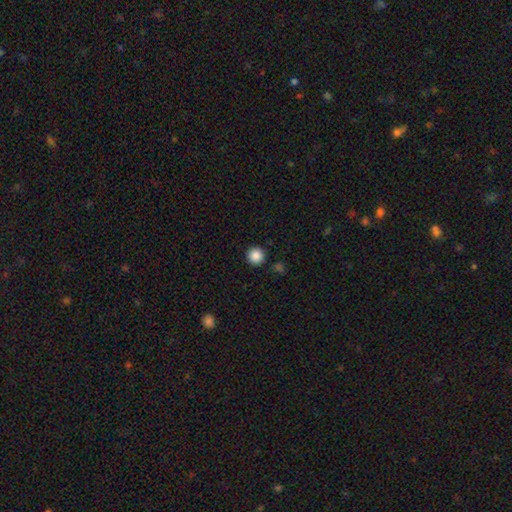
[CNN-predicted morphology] smooth 87%, star or artifact 10%, featured or disk 3%. Down the decision tree: how rounded — round (96%); merging — none (92%).